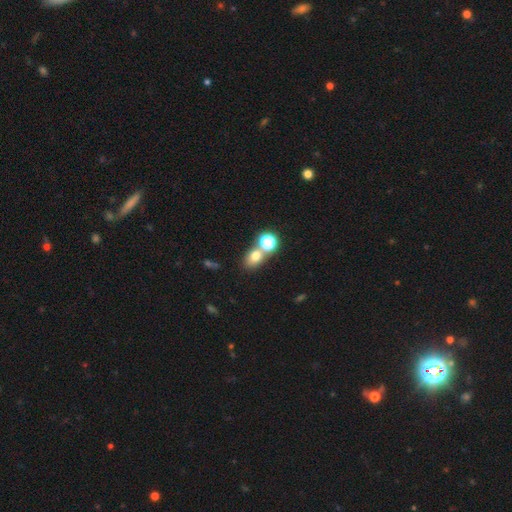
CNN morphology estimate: Smooth or featured? Predicted: smooth (p=0.70). How rounded? Predicted: in between (p=0.53). Merging? Predicted: none (p=0.51).